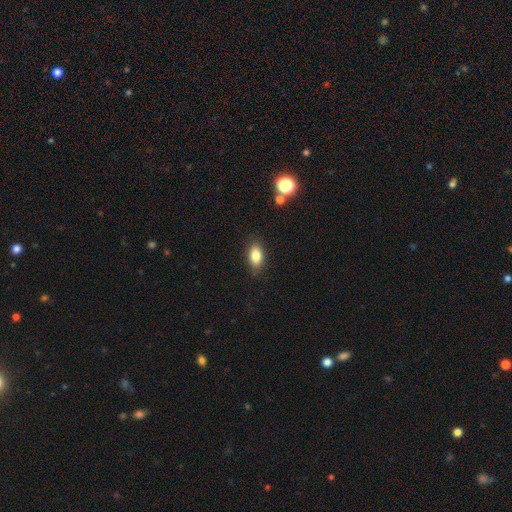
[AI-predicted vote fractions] Smooth or featured: smooth — 83% (star or artifact — 9%)
How rounded: in between — 89% (round — 8%)
Merging: none — 84% (minor disturbance — 12%)